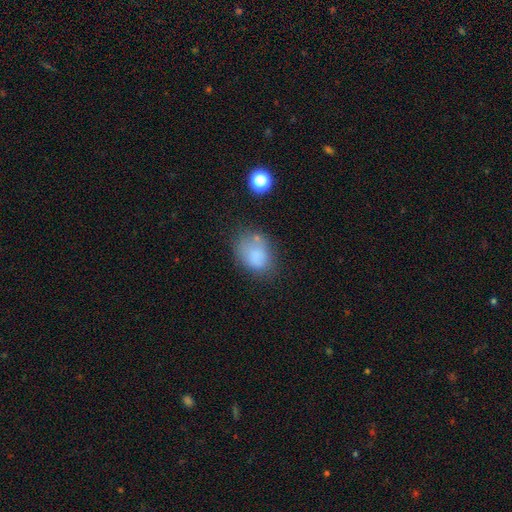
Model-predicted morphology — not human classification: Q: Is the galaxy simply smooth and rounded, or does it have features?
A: smooth — 77%.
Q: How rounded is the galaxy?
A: in between — 65%.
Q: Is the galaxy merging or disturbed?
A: none — 54%.